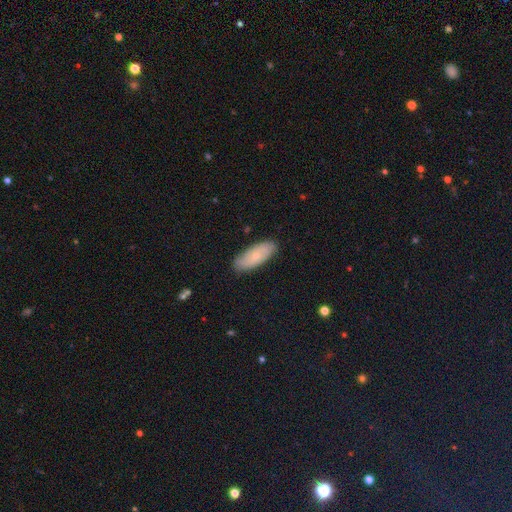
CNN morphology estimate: Q: Smooth or featured?
A: smooth (61%); runner-up: featured or disk (33%)
Q: How rounded?
A: in between (78%); runner-up: cigar-shaped (20%)
Q: Merging?
A: none (85%); runner-up: minor disturbance (12%)